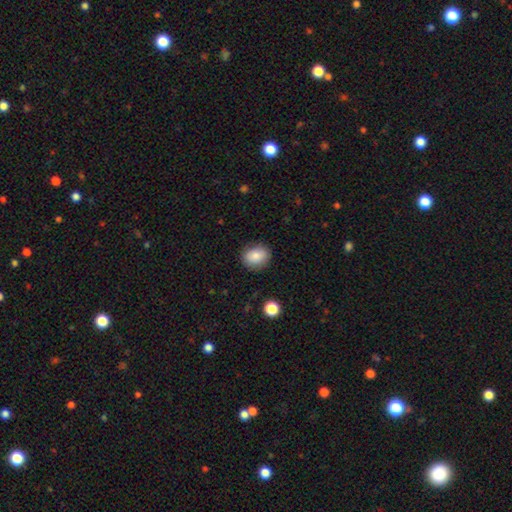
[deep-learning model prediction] smooth_or_featured: smooth (p=0.84) [alt: star or artifact p=0.08]
how_rounded: in between (p=0.51) [alt: round p=0.48]
merging: none (p=0.85) [alt: minor disturbance p=0.11]